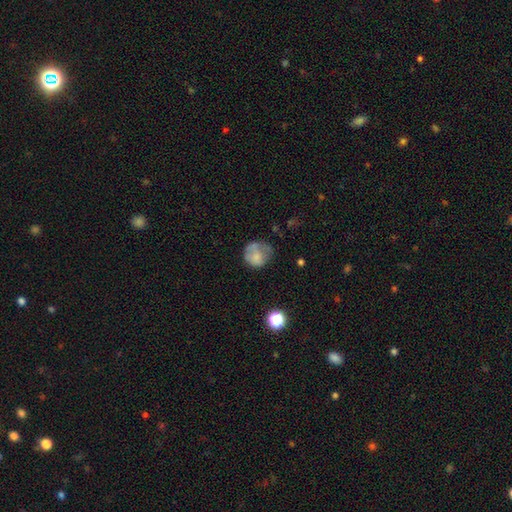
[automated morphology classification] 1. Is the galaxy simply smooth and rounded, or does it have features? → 67% smooth, 22% featured or disk, 10% star or artifact.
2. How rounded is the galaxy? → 79% round, 20% in between, 1% cigar-shaped.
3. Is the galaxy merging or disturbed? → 46% none, 29% minor disturbance, 22% major disturbance, 4% merger.